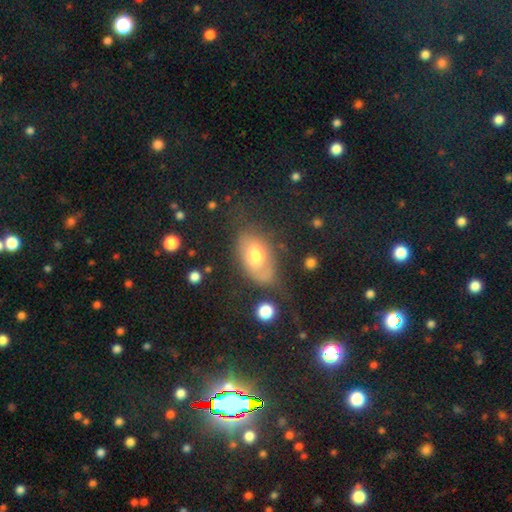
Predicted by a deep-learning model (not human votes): smooth_or_featured: smooth (p=0.62) [alt: featured or disk p=0.29]
how_rounded: in between (p=0.87) [alt: round p=0.11]
merging: none (p=0.52) [alt: minor disturbance p=0.26]